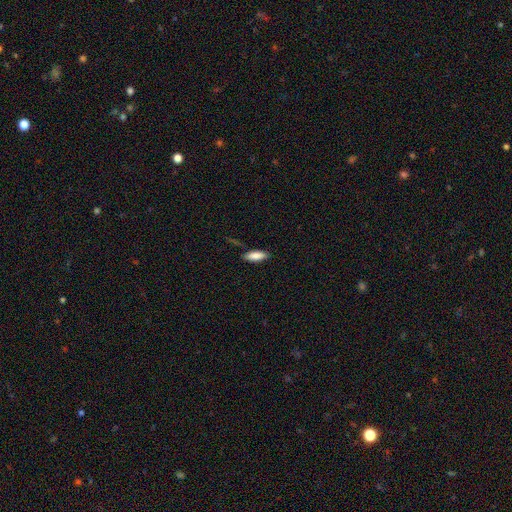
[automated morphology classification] The model was most divided on "how rounded": in between: 66%, cigar-shaped: 32%, round: 2%. More confident: smooth or featured — smooth (84%); merging — none (81%).